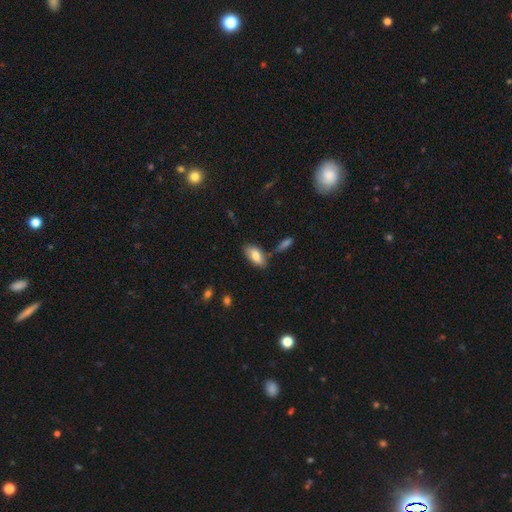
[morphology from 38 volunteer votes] Volunteers were most divided on "merging": none: 76%, merger: 14%, minor disturbance: 5%, major disturbance: 5%. More confident: how rounded — in between (87%); smooth or featured — smooth (82%).